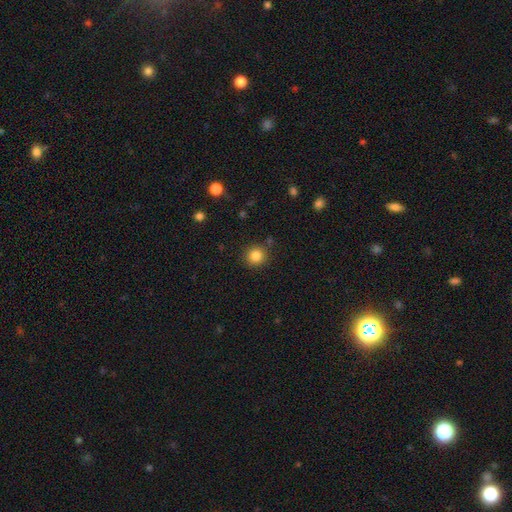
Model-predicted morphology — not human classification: Overall: smooth (84%). How rounded: round (92%). Merging: none (87%).